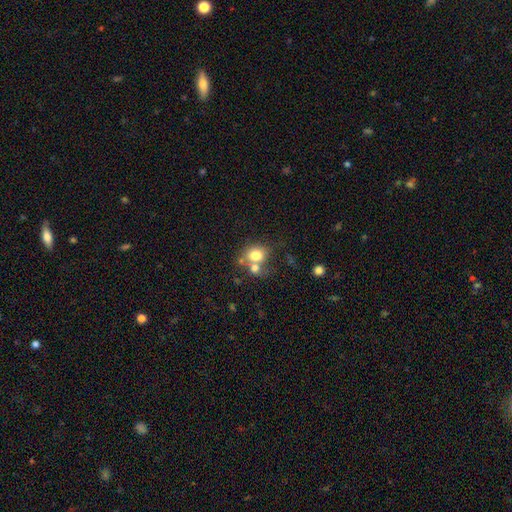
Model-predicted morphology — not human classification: Overall: smooth (75%). How rounded: round (62%; in between 37%). Merging: merger (43%; none 40%).